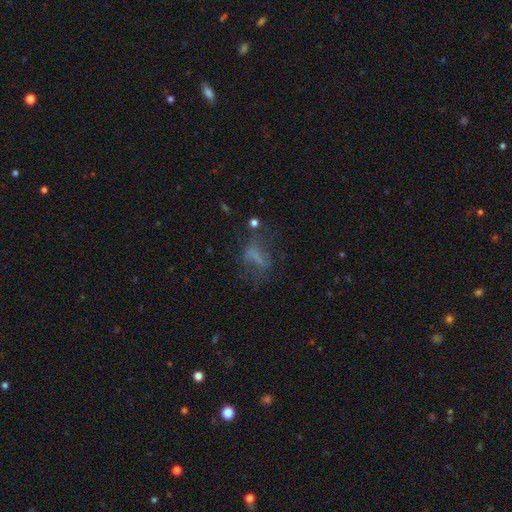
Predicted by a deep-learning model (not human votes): This appears to be a smooth galaxy with no disk features (44%). Merging: none (44%).